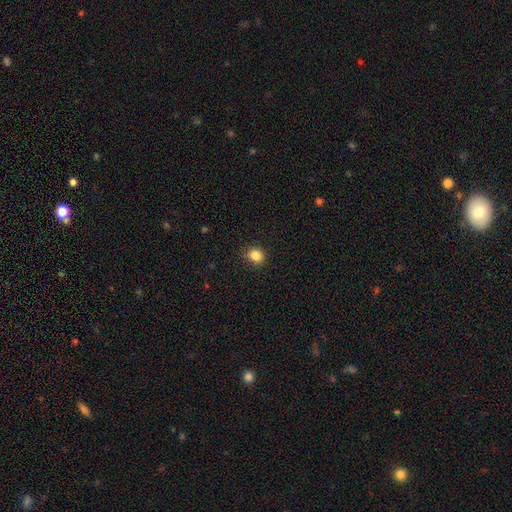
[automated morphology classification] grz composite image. It shows a smooth galaxy with no disk features (86%) that is round (77%). Merging: none (87%).